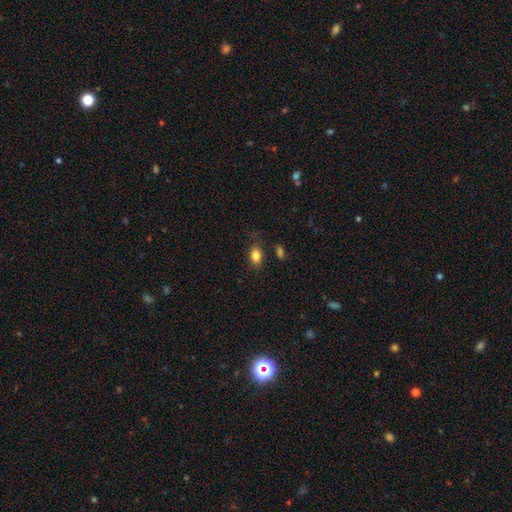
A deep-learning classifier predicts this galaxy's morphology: This is clearly a smooth galaxy (84%). How rounded: clearly in between (82%). Merging: likely none (79%).